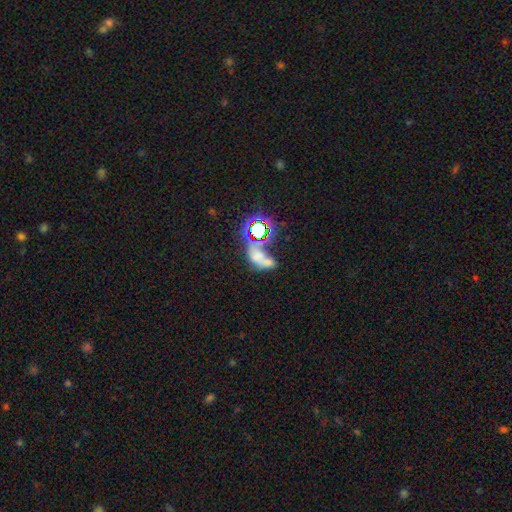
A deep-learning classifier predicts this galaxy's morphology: A smooth galaxy with no disk features (46%).

Vote fractions:
- Smooth or featured? smooth: 46% / star or artifact: 32% / featured or disk: 22%
- Merging? merger: 55% / none: 20% / major disturbance: 15% / minor disturbance: 10%